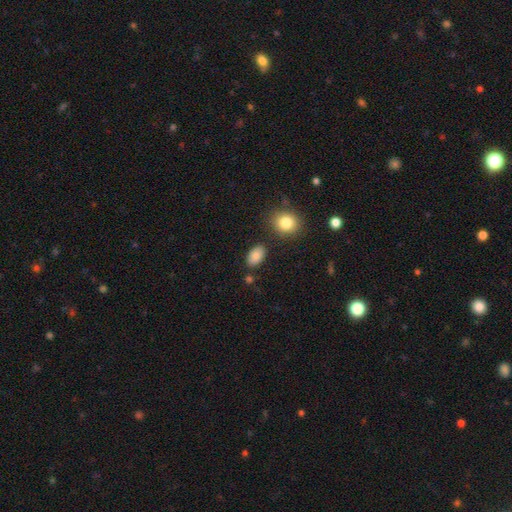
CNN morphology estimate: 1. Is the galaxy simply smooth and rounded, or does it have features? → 84% smooth, 9% star or artifact, 8% featured or disk.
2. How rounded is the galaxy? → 89% in between, 9% round, 1% cigar-shaped.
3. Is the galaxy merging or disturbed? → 81% none, 11% minor disturbance, 5% merger, 3% major disturbance.